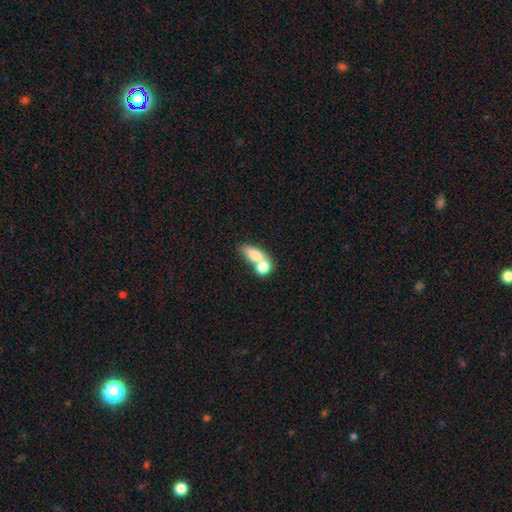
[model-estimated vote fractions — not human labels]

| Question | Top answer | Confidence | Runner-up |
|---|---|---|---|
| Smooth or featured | smooth | 73% | featured or disk (19%) |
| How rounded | in between | 69% | round (21%) |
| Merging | merger | 61% | none (25%) |